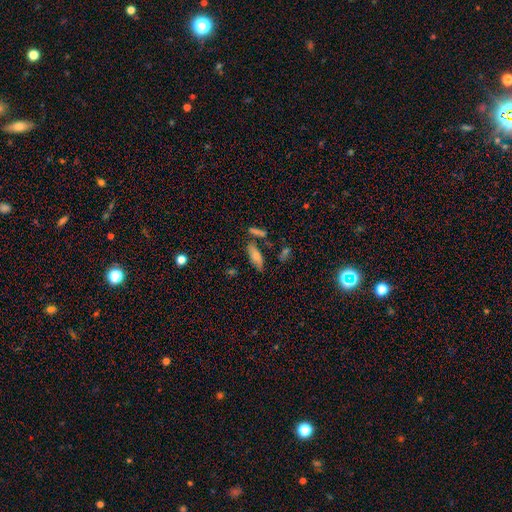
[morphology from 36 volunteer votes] This is likely a smooth galaxy (72%). How rounded: possibly in between (50%). Merging: likely none (63%).